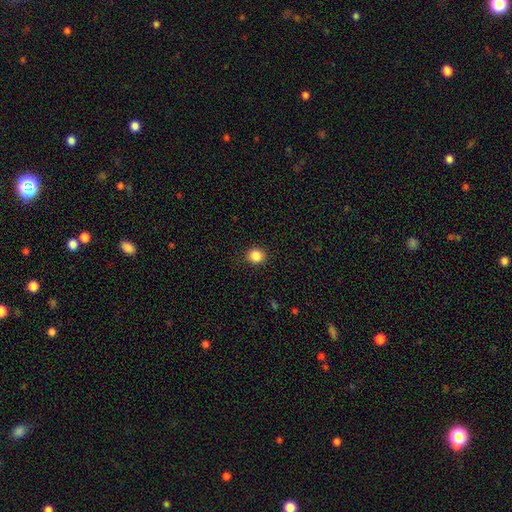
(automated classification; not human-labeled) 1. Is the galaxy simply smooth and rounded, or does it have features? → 86% smooth, 11% star or artifact, 3% featured or disk.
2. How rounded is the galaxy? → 87% round, 12% in between, 1% cigar-shaped.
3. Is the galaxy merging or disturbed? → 90% none, 7% minor disturbance, 2% major disturbance, 1% merger.